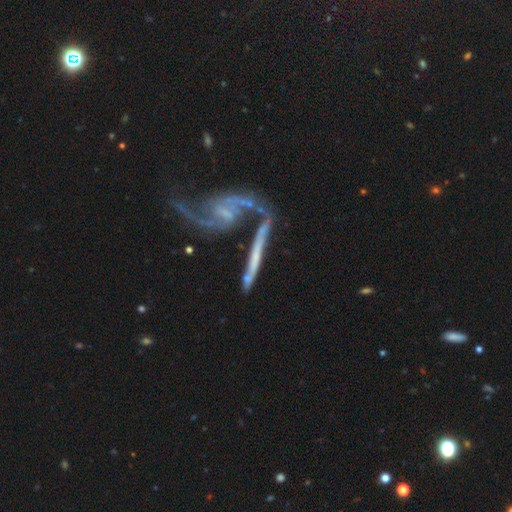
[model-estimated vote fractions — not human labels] Q: Smooth or featured?
A: featured or disk (73%); runner-up: smooth (20%)
Q: Edge-on disk?
A: no (50%); tied with: yes (50%)
Q: Merging?
A: none (41%); runner-up: merger (30%)